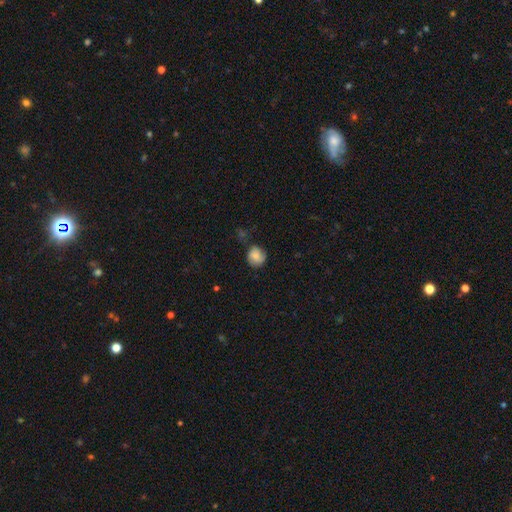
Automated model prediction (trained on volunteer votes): A smooth galaxy with no disk features (65%) that is round (79%). Merging: none (66%).